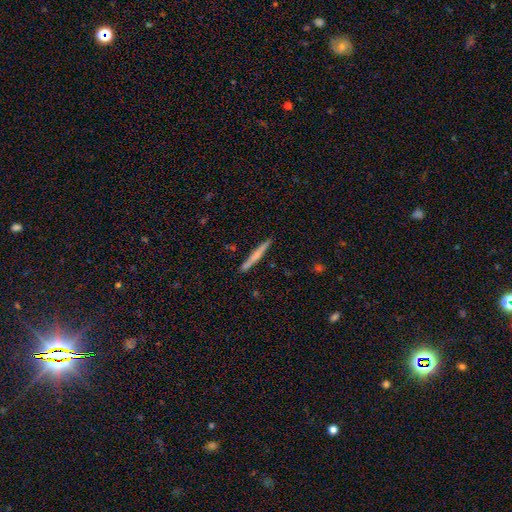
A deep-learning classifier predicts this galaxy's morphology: This is possibly a smooth galaxy (51%). How rounded: clearly cigar-shaped (96%). Merging: clearly none (88%).